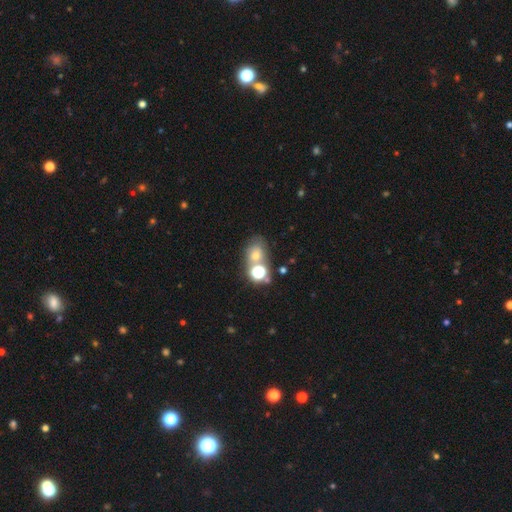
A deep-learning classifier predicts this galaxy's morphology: A smooth galaxy with no disk features (60%) that is in between round and cigar-shaped (52%). Merging: none (48%).